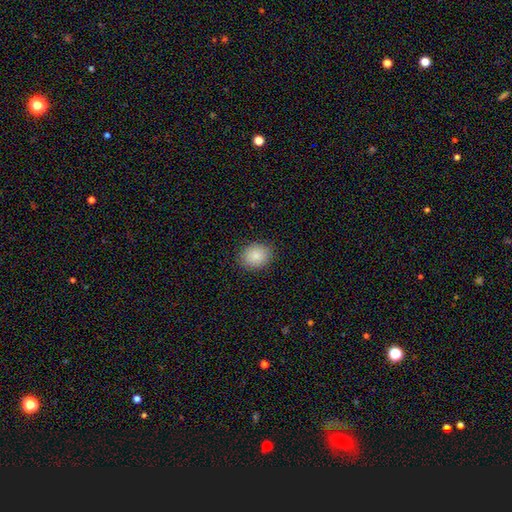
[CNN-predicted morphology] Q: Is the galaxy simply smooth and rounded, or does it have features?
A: smooth — 86%.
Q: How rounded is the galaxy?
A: round — 55%.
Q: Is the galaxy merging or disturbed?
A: none — 88%.